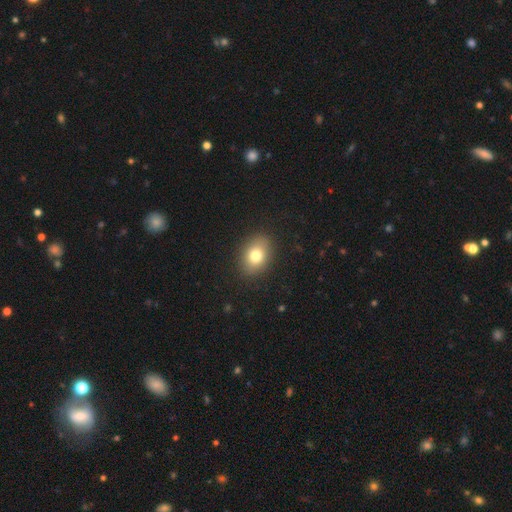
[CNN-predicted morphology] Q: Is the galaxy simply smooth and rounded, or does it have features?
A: smooth — 78%.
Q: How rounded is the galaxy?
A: in between — 69%.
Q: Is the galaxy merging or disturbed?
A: none — 87%.